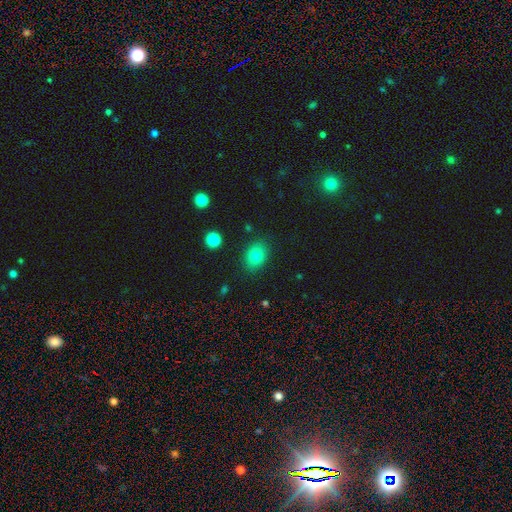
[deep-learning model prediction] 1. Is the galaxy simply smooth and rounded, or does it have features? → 81% smooth, 11% star or artifact, 8% featured or disk.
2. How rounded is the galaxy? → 65% in between, 34% round, 1% cigar-shaped.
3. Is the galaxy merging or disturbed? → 84% none, 11% minor disturbance, 3% major disturbance, 2% merger.